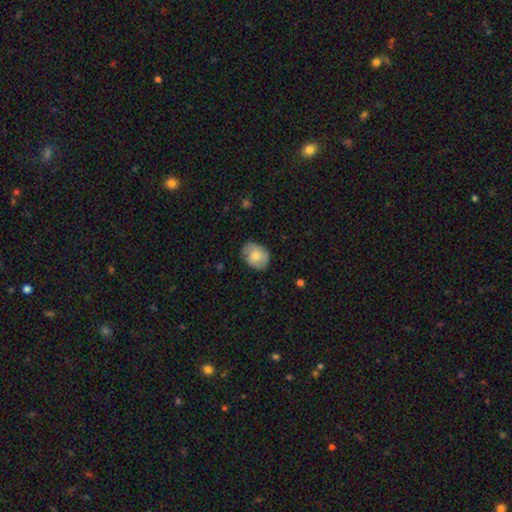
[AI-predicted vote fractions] This appears to be a smooth galaxy with no disk features (70%) that is in between round and cigar-shaped (55%). Merging: none (71%).